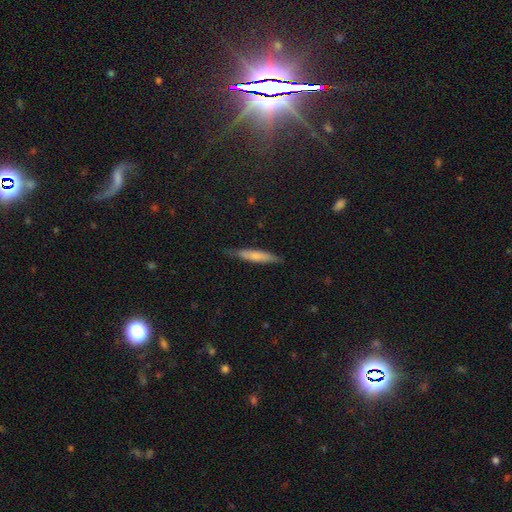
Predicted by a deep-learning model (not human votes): The model was most divided on "smooth or featured": smooth: 68%, featured or disk: 26%, star or artifact: 7%. More confident: how rounded — cigar-shaped (87%); merging — none (78%).